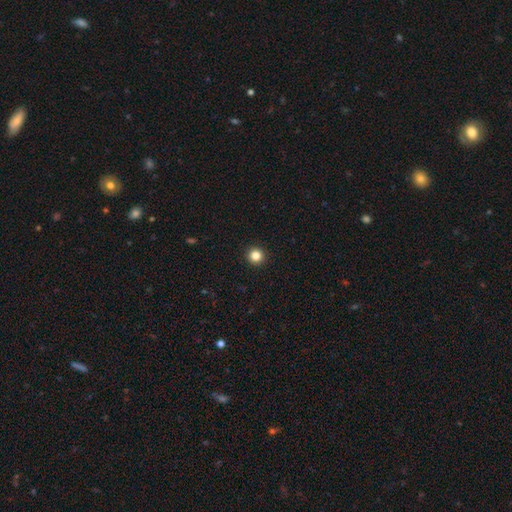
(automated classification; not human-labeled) smooth-or-featured: smooth: 84% | star or artifact: 12% | featured or disk: 4%
  how-rounded: round: 95% | in between: 4% | cigar-shaped: 1%
  merging: none: 94% | minor disturbance: 4% | major disturbance: 1% | merger: 1%